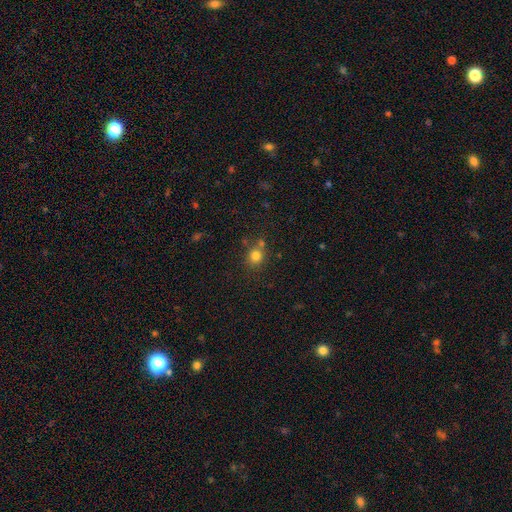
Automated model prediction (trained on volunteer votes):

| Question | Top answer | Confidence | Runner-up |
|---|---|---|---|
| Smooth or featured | smooth | 79% | star or artifact (14%) |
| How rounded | round | 86% | in between (13%) |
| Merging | none | 69% | merger (17%) |